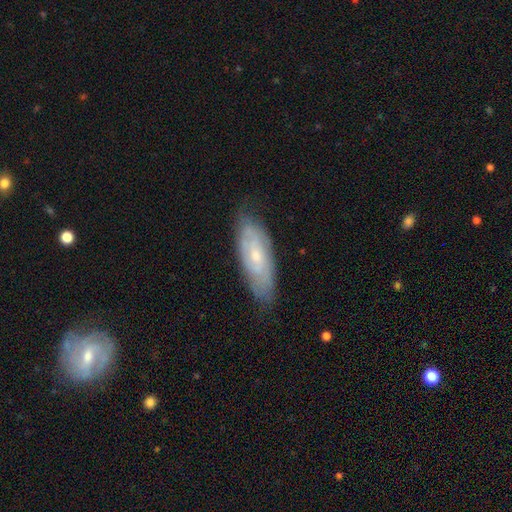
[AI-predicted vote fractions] smooth_or_featured: featured or disk (p=0.62) [alt: smooth p=0.31]
disk_edge_on: no (p=0.83) [alt: yes p=0.17]
bar: no (p=0.62) [alt: weak p=0.33]
has_spiral_arms: yes (p=0.81) [alt: no p=0.19]
bulge_size: small (p=0.59) [alt: moderate p=0.35]
merging: none (p=0.75) [alt: minor disturbance p=0.20]